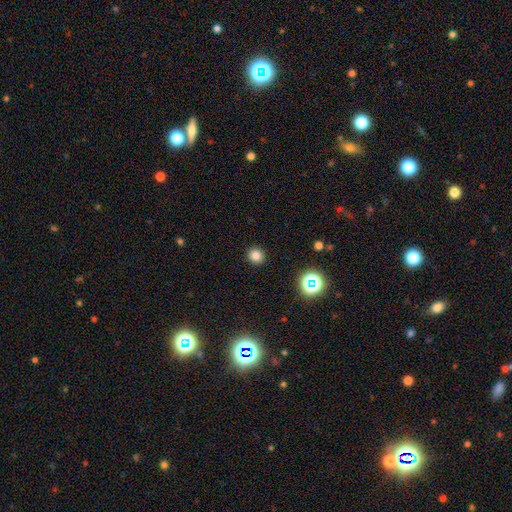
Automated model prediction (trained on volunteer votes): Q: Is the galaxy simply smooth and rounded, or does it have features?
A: smooth — 79%.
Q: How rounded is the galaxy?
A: round — 91%.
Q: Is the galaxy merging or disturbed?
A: none — 92%.